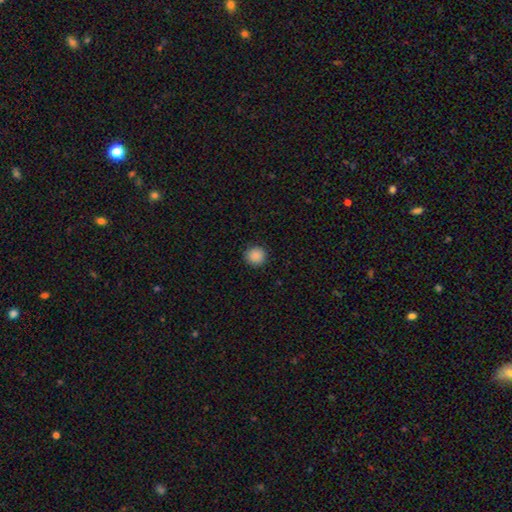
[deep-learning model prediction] smooth-or-featured: smooth: 88% | star or artifact: 9% | featured or disk: 2%
  how-rounded: round: 94% | in between: 5% | cigar-shaped: 1%
  merging: none: 91% | minor disturbance: 6% | major disturbance: 2% | merger: 1%